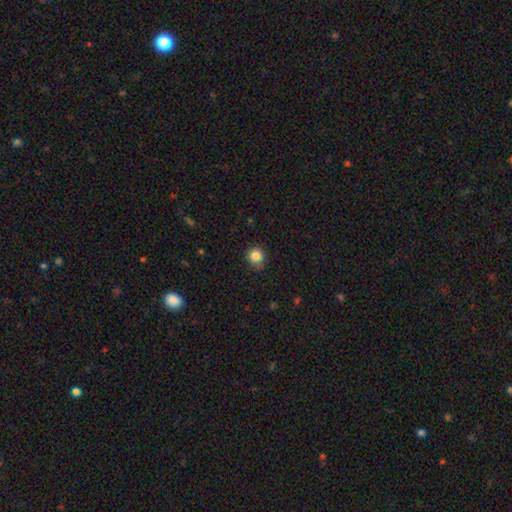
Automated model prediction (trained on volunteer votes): A smooth galaxy with no disk features (84%) that is round (86%). Merging: none (77%).